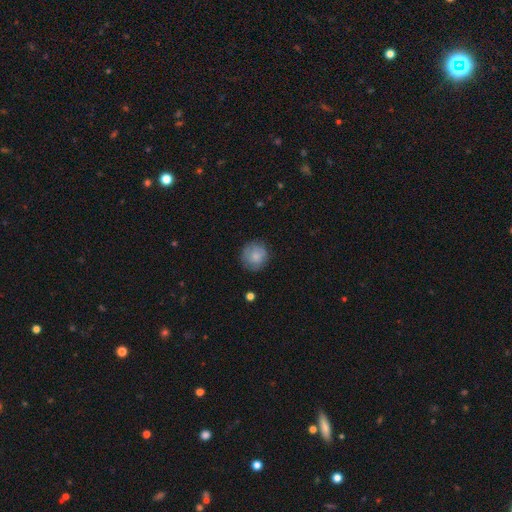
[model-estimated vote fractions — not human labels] Overall: smooth (78%). How rounded: round (91%). Merging: none (79%).